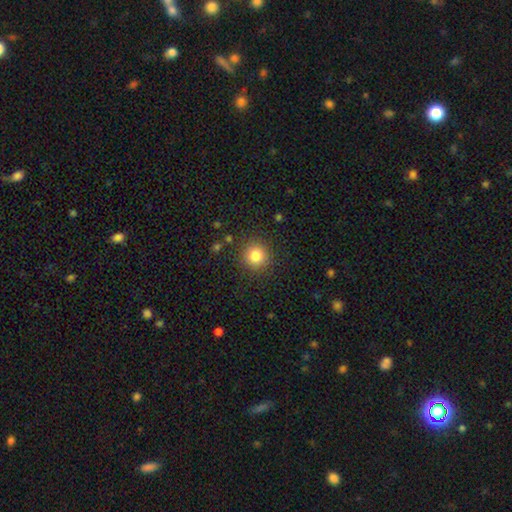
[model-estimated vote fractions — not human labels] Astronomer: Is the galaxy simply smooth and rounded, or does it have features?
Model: smooth — 82%.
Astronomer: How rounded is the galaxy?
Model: round — 93%.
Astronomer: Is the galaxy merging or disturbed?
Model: none — 89%.